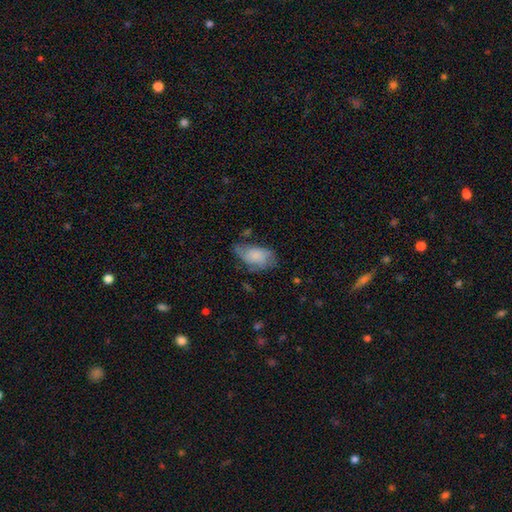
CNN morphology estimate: smooth_or_featured: smooth (p=0.57) [alt: featured or disk p=0.35]
how_rounded: in between (p=0.91) [alt: round p=0.07]
merging: none (p=0.43) [alt: minor disturbance p=0.34]